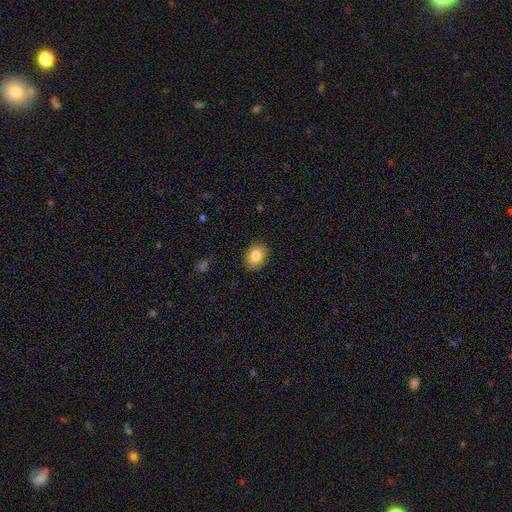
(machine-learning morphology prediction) A smooth galaxy with no disk features (82%) that is in between round and cigar-shaped (61%).

Vote fractions:
- Smooth or featured? smooth: 82% / featured or disk: 10% / star or artifact: 8%
- How rounded? in between: 61% / round: 38% / cigar-shaped: 1%
- Merging? none: 88% / minor disturbance: 9% / major disturbance: 2% / merger: 1%